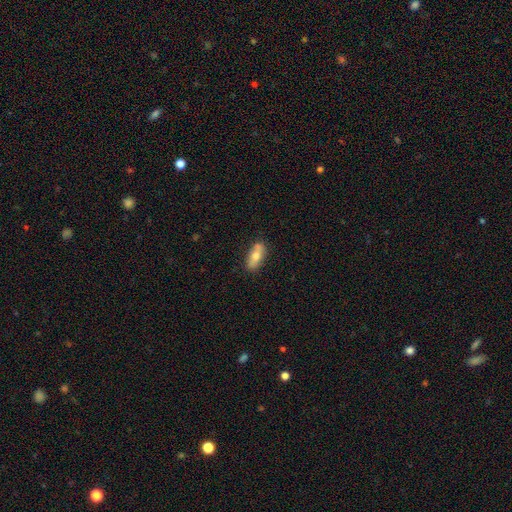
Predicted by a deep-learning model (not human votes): A smooth galaxy with no disk features (70%) that is in between round and cigar-shaped (73%).

Vote fractions:
- Smooth or featured? smooth: 70% / featured or disk: 23% / star or artifact: 7%
- How rounded? in between: 73% / cigar-shaped: 24% / round: 3%
- Merging? none: 76% / minor disturbance: 15% / merger: 6% / major disturbance: 3%